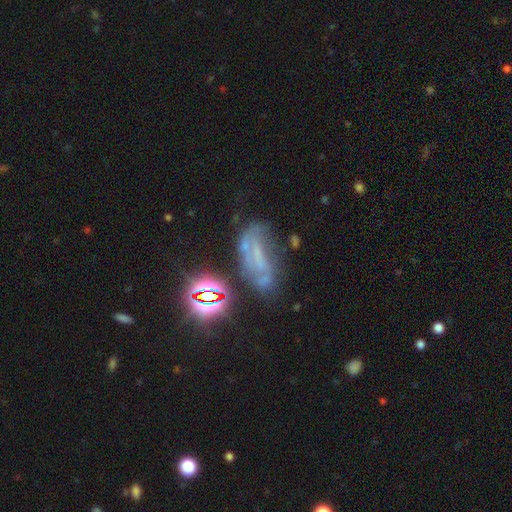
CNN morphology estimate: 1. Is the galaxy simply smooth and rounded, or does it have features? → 47% featured or disk, 29% star or artifact, 24% smooth.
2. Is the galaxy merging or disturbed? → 44% none, 24% minor disturbance, 21% major disturbance, 10% merger.